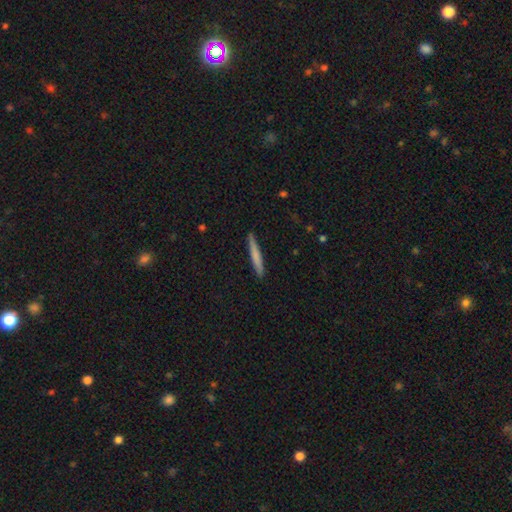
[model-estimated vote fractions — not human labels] The model was most divided on "smooth or featured": smooth: 70%, featured or disk: 25%, star or artifact: 5%. More confident: how rounded — cigar-shaped (96%); merging — none (89%).